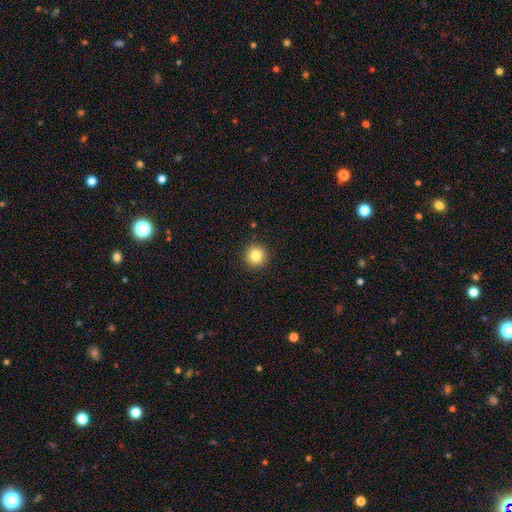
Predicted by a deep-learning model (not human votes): Q: Smooth or featured?
A: smooth (83%); runner-up: star or artifact (11%)
Q: How rounded?
A: round (95%); runner-up: in between (4%)
Q: Merging?
A: none (92%); runner-up: minor disturbance (5%)